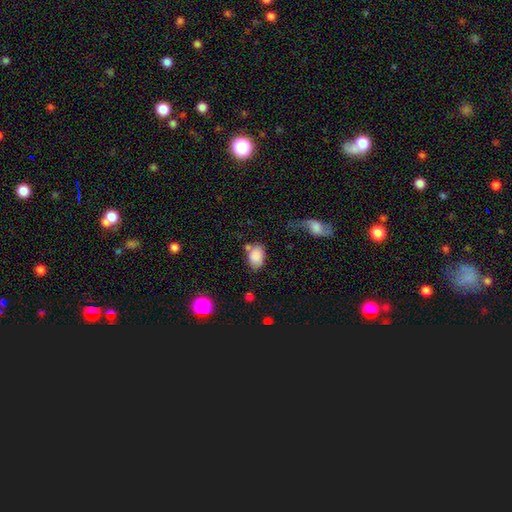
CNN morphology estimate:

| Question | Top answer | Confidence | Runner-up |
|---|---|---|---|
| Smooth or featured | smooth | 85% | star or artifact (8%) |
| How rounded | in between | 80% | round (18%) |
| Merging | none | 57% | minor disturbance (21%) |